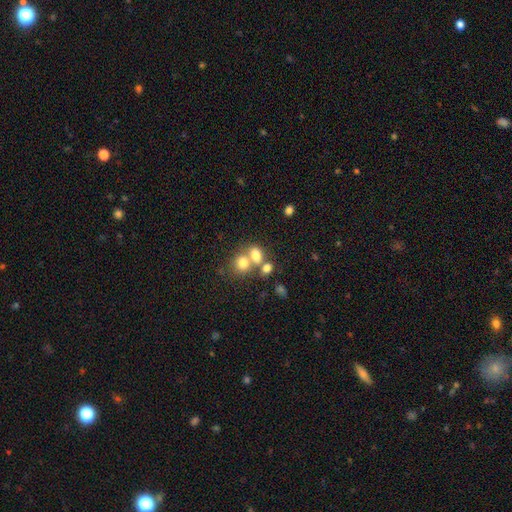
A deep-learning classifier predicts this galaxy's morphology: This is likely a smooth galaxy (74%). How rounded: likely in between (62%). Merging: possibly merger (52%).